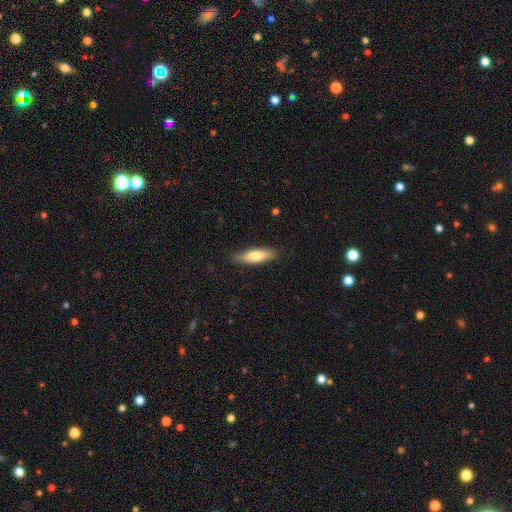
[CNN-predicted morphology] Overall: smooth (75%). How rounded: cigar-shaped (56%; in between 42%). Merging: none (84%).